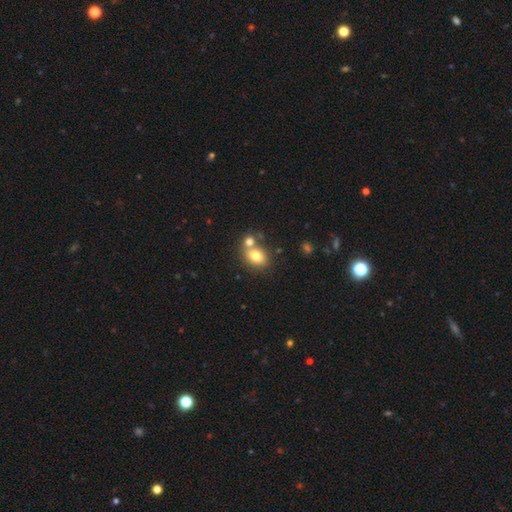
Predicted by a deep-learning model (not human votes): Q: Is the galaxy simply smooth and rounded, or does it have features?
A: smooth — 78%.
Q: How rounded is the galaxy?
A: in between — 57%.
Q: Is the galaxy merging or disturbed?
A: none — 51%.